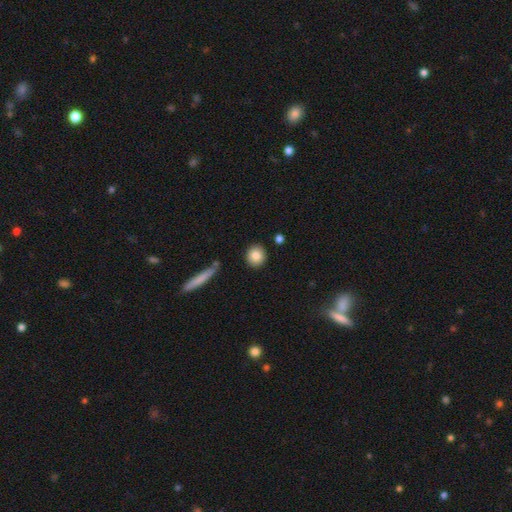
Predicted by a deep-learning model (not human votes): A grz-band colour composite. It shows a smooth galaxy with no disk features (85%) that is round (86%). Merging: none (88%).